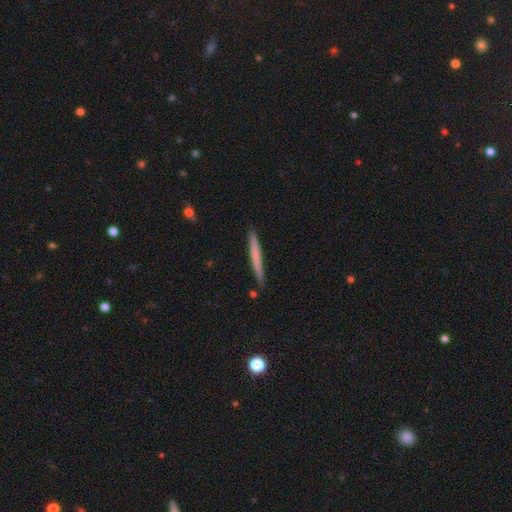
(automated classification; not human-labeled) Morphology: type=smooth (61%); roundness=cigar-shaped (97%); merging=none (88%).